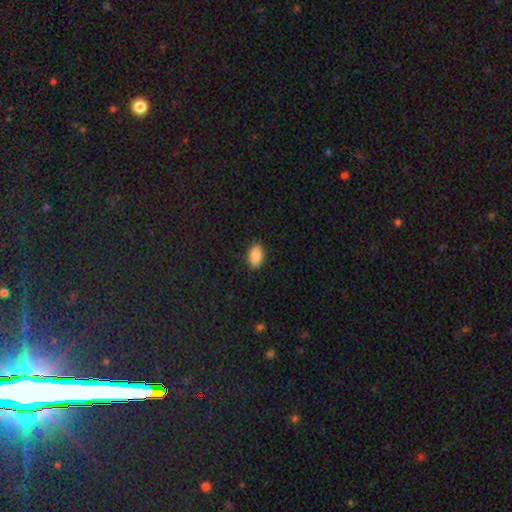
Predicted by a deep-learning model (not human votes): Overall: smooth (89%). How rounded: in between (93%). Merging: none (88%).